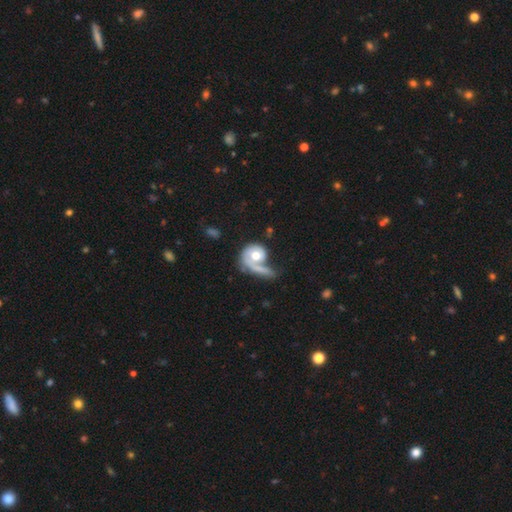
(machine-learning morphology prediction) Overall: smooth (47%, tied with featured or disk). Merging: major disturbance (29%; merger 28%).